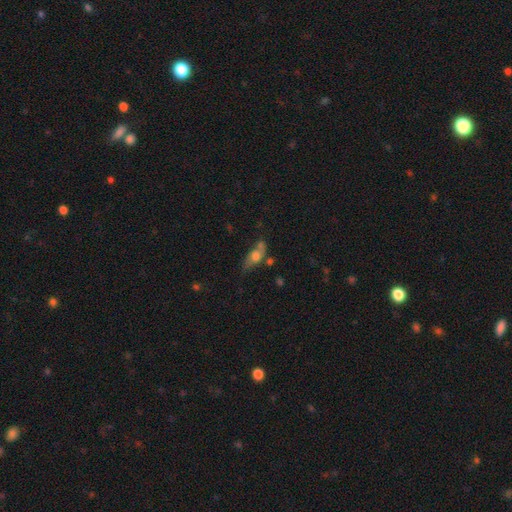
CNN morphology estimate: type=smooth (57%); roundness=in between (68%); merging=none (44%).